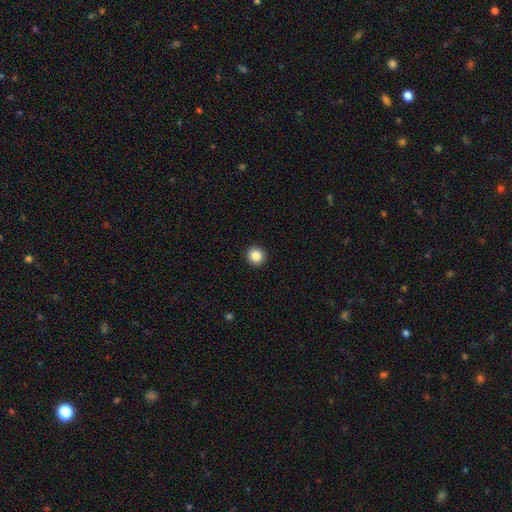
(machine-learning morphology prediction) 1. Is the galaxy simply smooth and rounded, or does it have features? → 87% smooth, 10% star or artifact, 3% featured or disk.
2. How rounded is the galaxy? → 95% round, 4% in between, 1% cigar-shaped.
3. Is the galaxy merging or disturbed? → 93% none, 4% minor disturbance, 2% major disturbance, 1% merger.